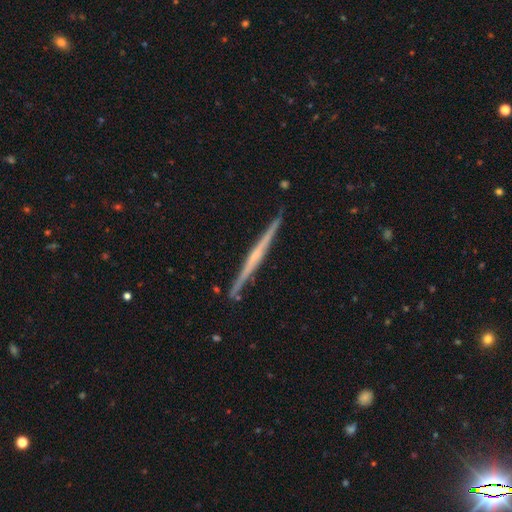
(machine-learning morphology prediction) Overall: featured or disk (75%). Edge-on disk: yes (98%). Edge-on bulge: none (58%; rounded 32%). Merging: none (90%).